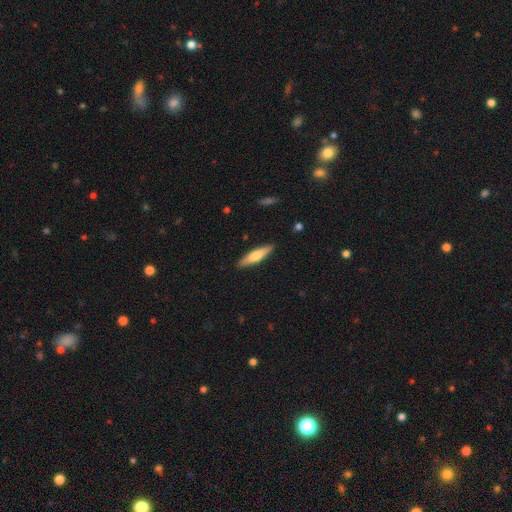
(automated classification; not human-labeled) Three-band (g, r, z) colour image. It shows a smooth galaxy with no disk features (58%) that is cigar-shaped (78%). Merging: none (90%).